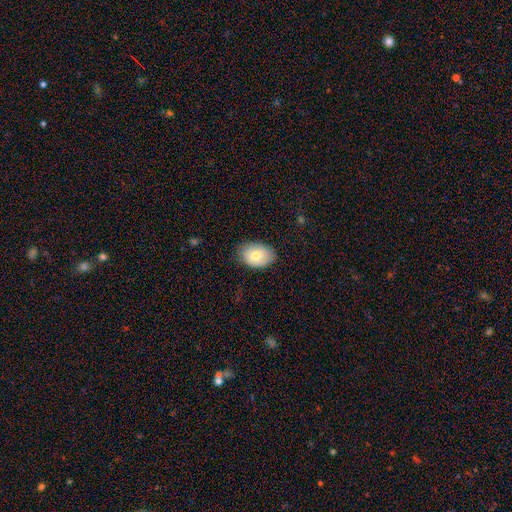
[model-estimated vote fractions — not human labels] This is likely a smooth galaxy (76%). How rounded: clearly in between (82%). Merging: likely none (79%).